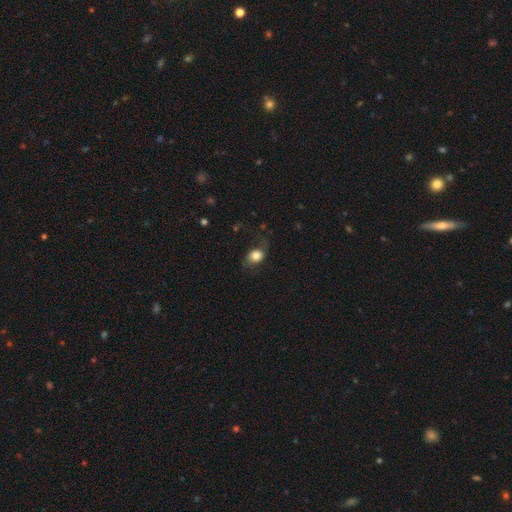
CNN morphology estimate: A smooth galaxy with no disk features (74%) that is in between round and cigar-shaped (56%). Merging: none (56%).